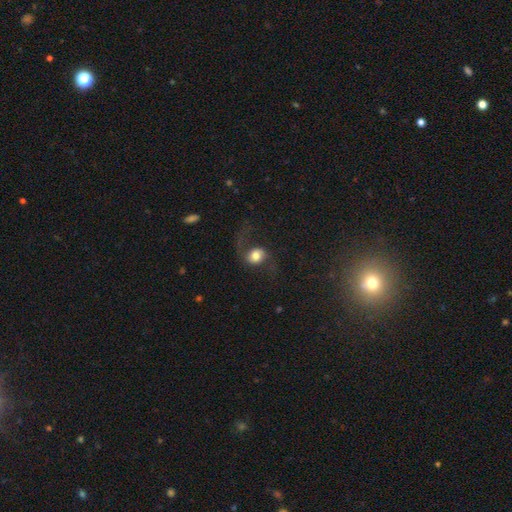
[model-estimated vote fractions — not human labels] featured or disk 48%, smooth 43%, star or artifact 9%. Down the decision tree: merging — none (50%).